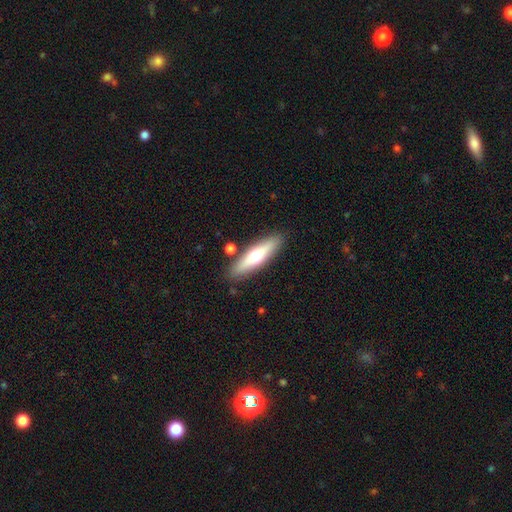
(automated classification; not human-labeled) A smooth galaxy with no disk features (53%) that is cigar-shaped (73%). Merging: none (85%).